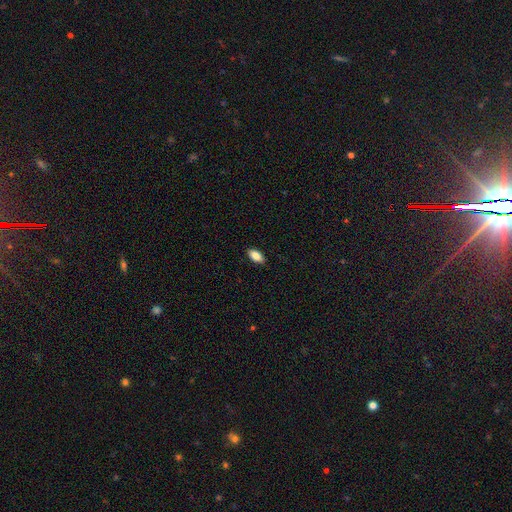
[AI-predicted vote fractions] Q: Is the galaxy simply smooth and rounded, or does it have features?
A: smooth — 85%.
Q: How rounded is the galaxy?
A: in between — 90%.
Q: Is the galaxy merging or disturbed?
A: none — 88%.